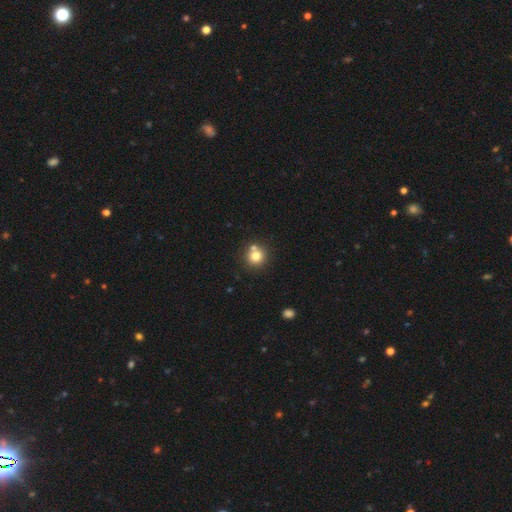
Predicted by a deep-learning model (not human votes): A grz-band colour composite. It shows a smooth galaxy with no disk features (77%) that is round (91%). Merging: none (67%).